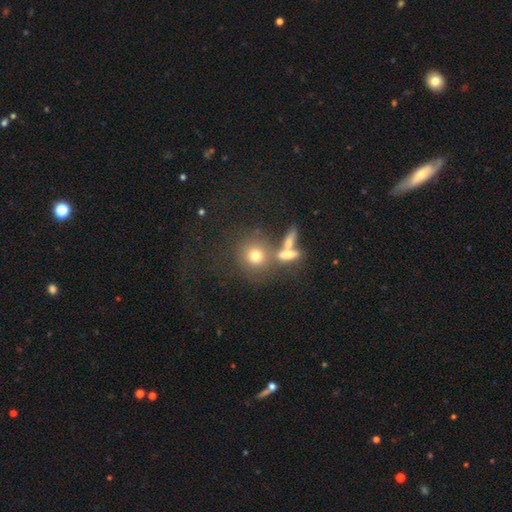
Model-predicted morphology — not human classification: A smooth galaxy with no disk features (71%) that is round (83%). Merging: none (57%).